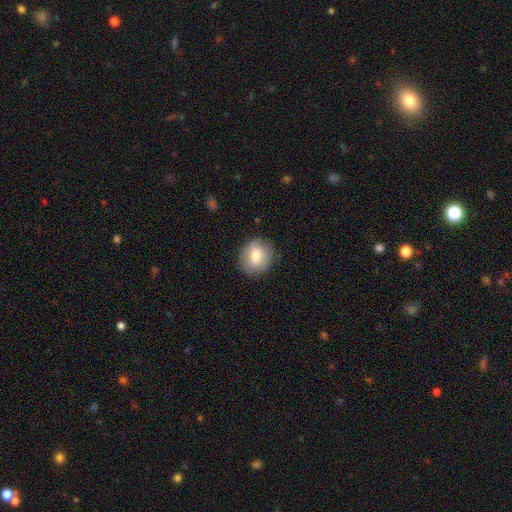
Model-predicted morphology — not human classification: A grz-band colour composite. It shows a smooth galaxy with no disk features (73%) that is round (76%). Merging: none (86%).